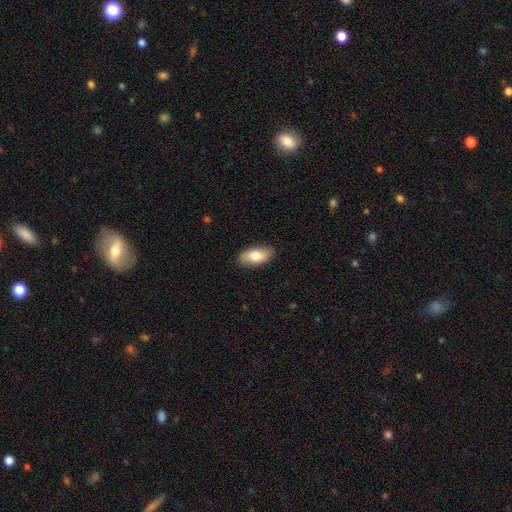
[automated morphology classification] smooth 76%, featured or disk 18%, star or artifact 6%. Down the decision tree: how rounded — in between (90%); merging — none (87%).